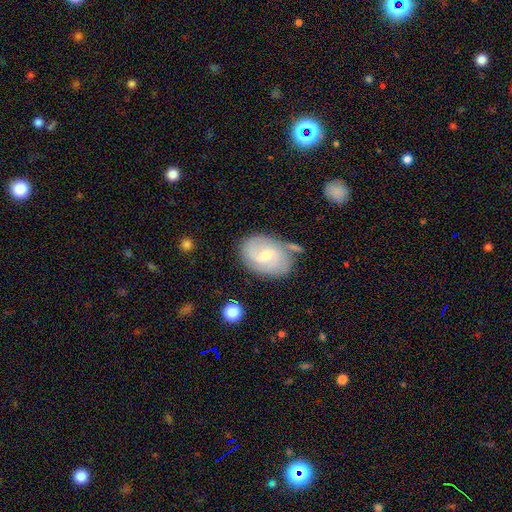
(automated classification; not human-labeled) smooth_or_featured: featured or disk (p=0.67) [alt: smooth p=0.26]
disk_edge_on: no (p=0.96) [alt: yes p=0.04]
bar: weak (p=0.53) [alt: no p=0.38]
has_spiral_arms: yes (p=0.87) [alt: no p=0.13]
spiral_winding: medium (p=0.45) [alt: tight p=0.30]
spiral_arm_count: 2 (p=0.74) [alt: can't tell p=0.14]
bulge_size: small (p=0.49) [alt: moderate p=0.47]
merging: none (p=0.64) [alt: minor disturbance p=0.20]